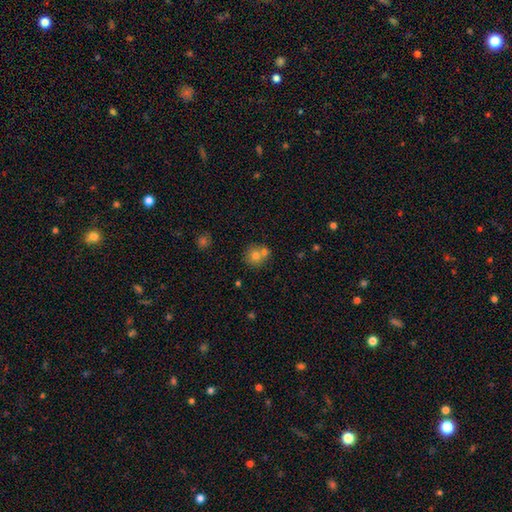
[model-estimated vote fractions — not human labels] smooth 73%, featured or disk 15%, star or artifact 12%. Down the decision tree: how rounded — round (87%); merging — none (52%).